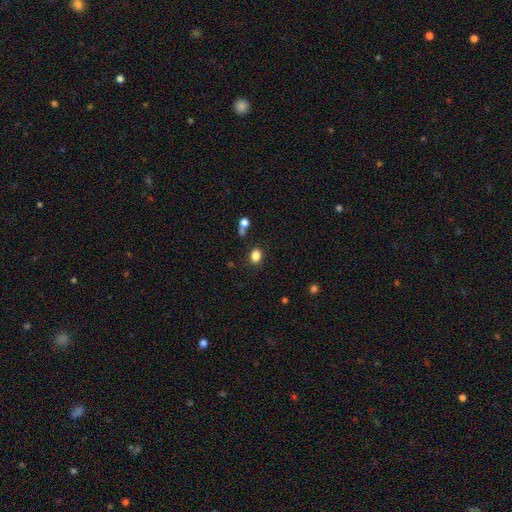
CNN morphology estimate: This appears to be a smooth galaxy with no disk features (84%) that is in between round and cigar-shaped (67%). Merging: none (81%).